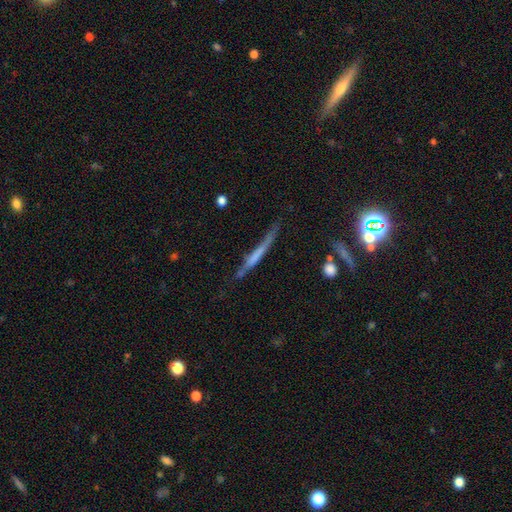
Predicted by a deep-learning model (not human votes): Smooth or featured: featured or disk — 49% (smooth — 43%)
Merging: none — 59% (minor disturbance — 26%)